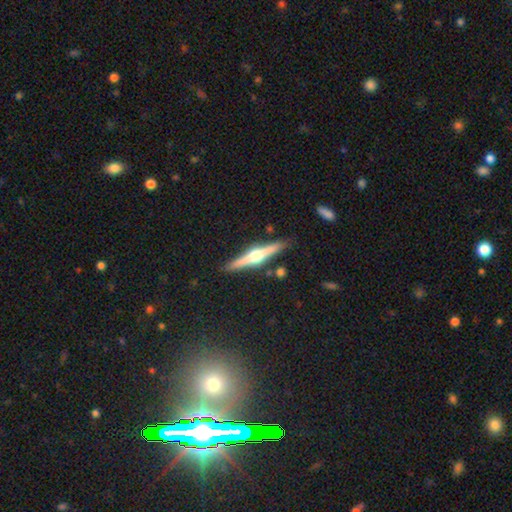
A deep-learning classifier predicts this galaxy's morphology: Q: Smooth or featured?
A: featured or disk (77%); runner-up: smooth (18%)
Q: Edge-on disk?
A: yes (98%); runner-up: no (2%)
Q: Edge-on bulge?
A: rounded (95%); runner-up: boxy (3%)
Q: Merging?
A: none (88%); runner-up: minor disturbance (8%)